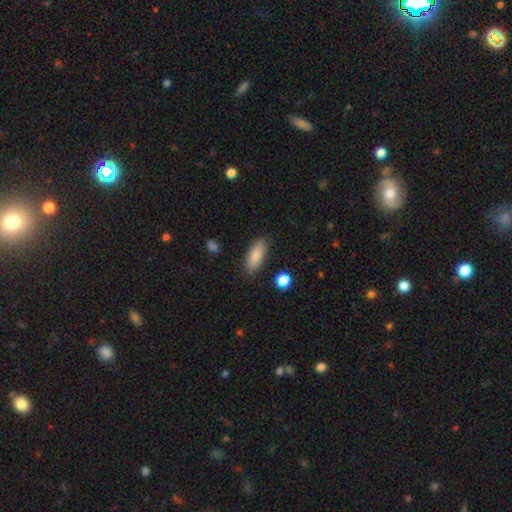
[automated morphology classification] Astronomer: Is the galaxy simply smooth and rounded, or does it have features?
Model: smooth — 84%.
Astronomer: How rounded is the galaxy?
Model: in between — 72%.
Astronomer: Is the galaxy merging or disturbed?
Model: none — 87%.